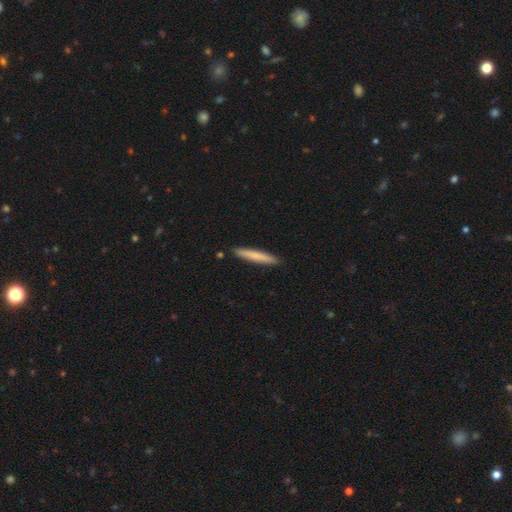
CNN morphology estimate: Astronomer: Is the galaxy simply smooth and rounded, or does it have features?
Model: smooth — 75%.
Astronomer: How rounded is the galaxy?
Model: cigar-shaped — 95%.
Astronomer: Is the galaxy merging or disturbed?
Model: none — 91%.